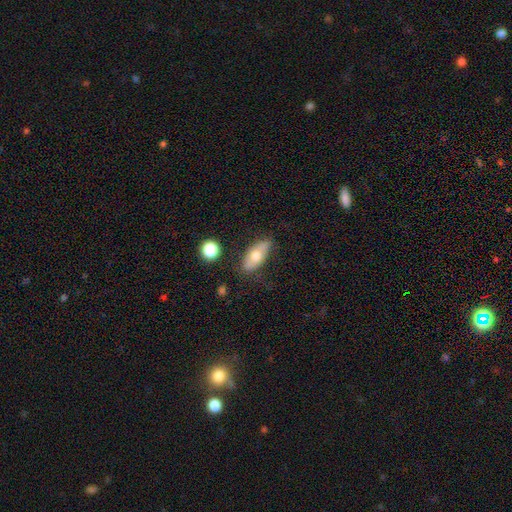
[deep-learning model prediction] smooth-or-featured: smooth: 65% | featured or disk: 28% | star or artifact: 7%
  how-rounded: in between: 83% | cigar-shaped: 13% | round: 4%
  merging: none: 73% | minor disturbance: 19% | major disturbance: 5% | merger: 3%